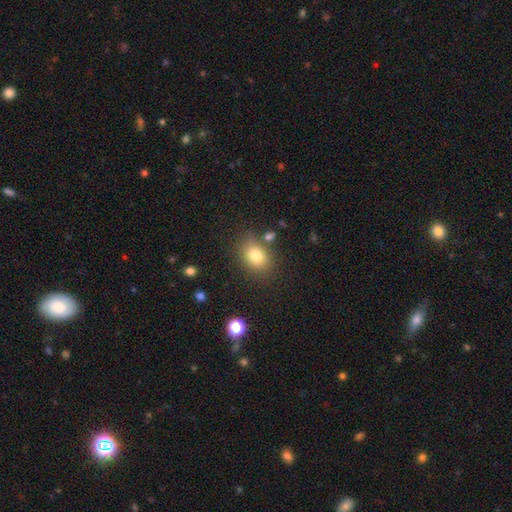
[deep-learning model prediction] A smooth galaxy with no disk features (80%) that is in between round and cigar-shaped (63%).

Vote fractions:
- Smooth or featured? smooth: 80% / star or artifact: 11% / featured or disk: 9%
- How rounded? in between: 63% / round: 36% / cigar-shaped: 1%
- Merging? none: 73% / minor disturbance: 15% / merger: 8% / major disturbance: 5%